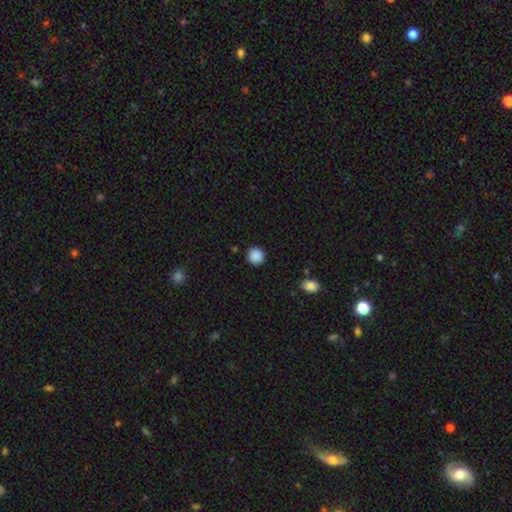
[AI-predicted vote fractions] smooth 89%, star or artifact 9%, featured or disk 2%. Down the decision tree: how rounded — round (92%); merging — none (91%).